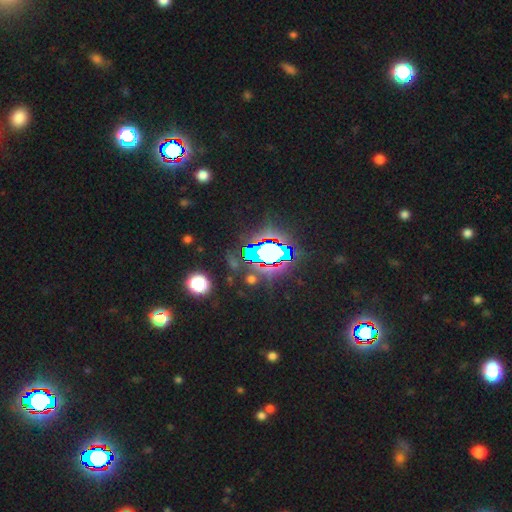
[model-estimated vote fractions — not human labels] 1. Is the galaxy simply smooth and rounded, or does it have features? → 84% star or artifact, 9% smooth, 7% featured or disk.